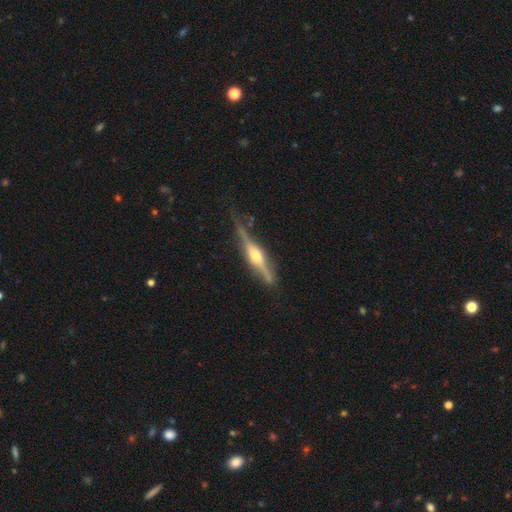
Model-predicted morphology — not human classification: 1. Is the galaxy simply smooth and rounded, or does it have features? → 79% featured or disk, 15% smooth, 5% star or artifact.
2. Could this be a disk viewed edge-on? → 96% yes, 4% no.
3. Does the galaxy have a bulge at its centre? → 92% rounded, 5% boxy, 3% none.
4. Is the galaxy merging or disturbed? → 73% none, 19% minor disturbance, 5% major disturbance, 3% merger.